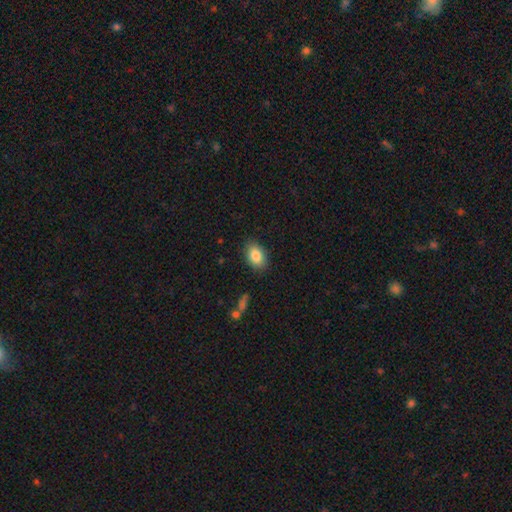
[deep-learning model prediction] Smooth or featured? smooth (85%)
How rounded? in between (86%)
Merging? none (86%)